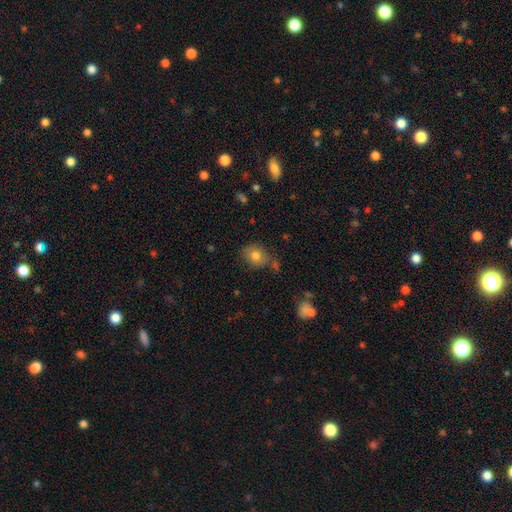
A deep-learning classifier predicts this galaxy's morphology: Smooth or featured? Predicted: smooth (p=0.78). How rounded? Predicted: round (p=0.56). Merging? Predicted: none (p=0.68).